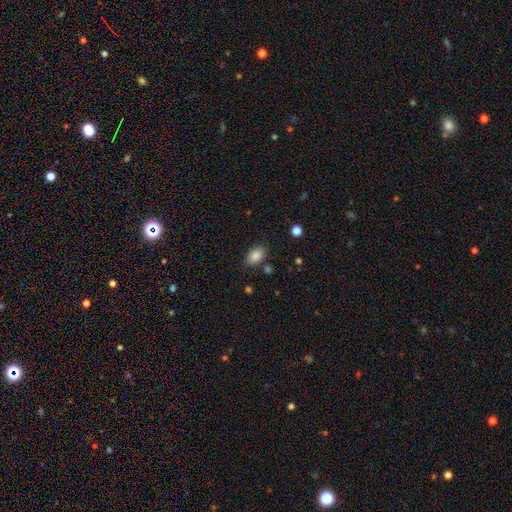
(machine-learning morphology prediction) Smooth or featured: smooth — 85% (star or artifact — 9%)
How rounded: in between — 89% (round — 10%)
Merging: none — 81% (minor disturbance — 12%)